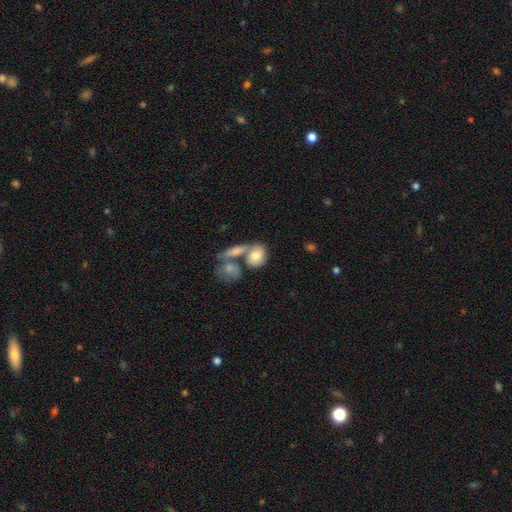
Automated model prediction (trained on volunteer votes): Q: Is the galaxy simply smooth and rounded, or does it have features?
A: smooth — 66%.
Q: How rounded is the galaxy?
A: in between — 59%.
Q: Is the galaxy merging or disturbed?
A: merger — 46%.